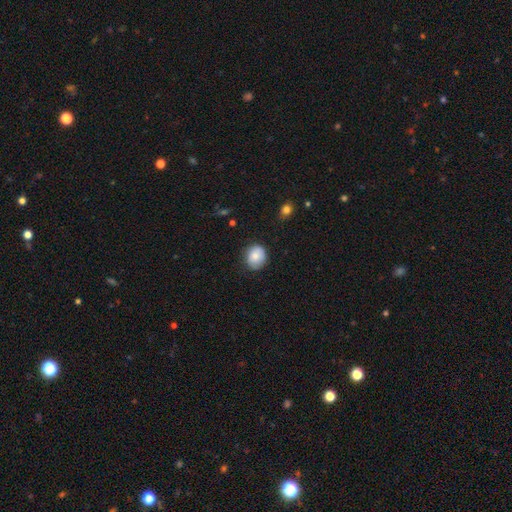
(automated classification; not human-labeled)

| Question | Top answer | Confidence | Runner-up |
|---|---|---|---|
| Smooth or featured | smooth | 80% | featured or disk (12%) |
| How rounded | round | 72% | in between (27%) |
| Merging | none | 75% | minor disturbance (20%) |